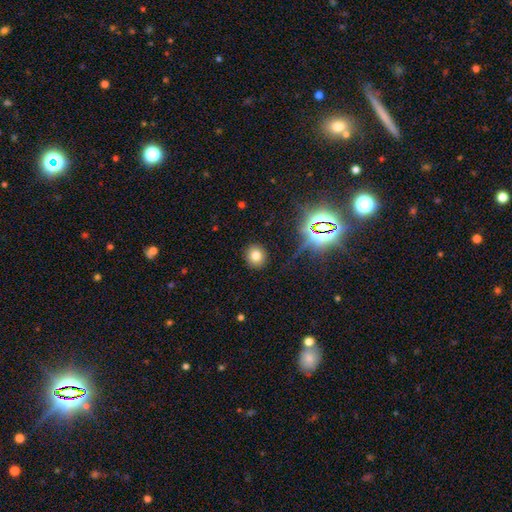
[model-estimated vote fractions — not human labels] smooth_or_featured: smooth (p=0.75) [alt: star or artifact p=0.17]
how_rounded: round (p=0.84) [alt: in between p=0.14]
merging: none (p=0.90) [alt: minor disturbance p=0.06]